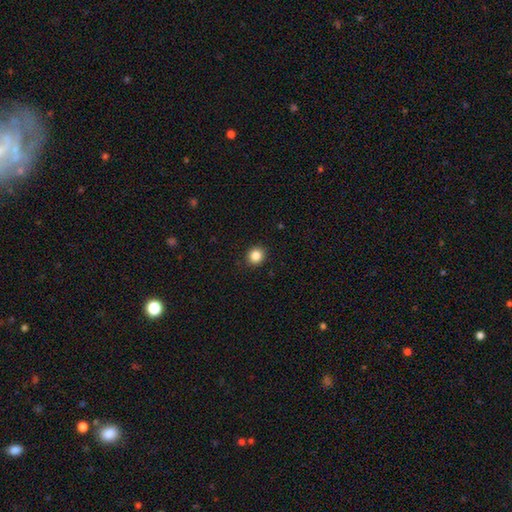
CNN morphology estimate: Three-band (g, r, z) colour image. It shows a smooth galaxy with no disk features (86%) that is round (87%). Merging: none (92%).